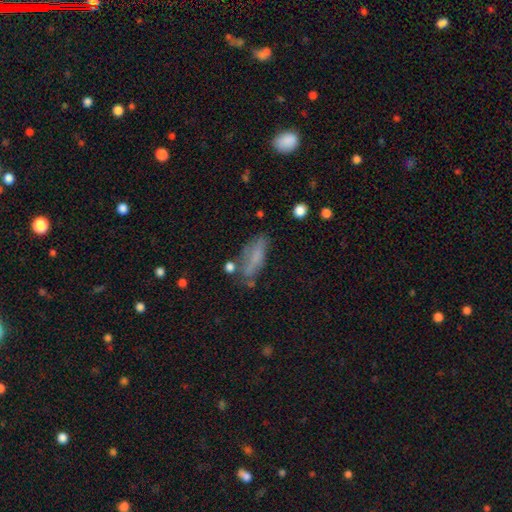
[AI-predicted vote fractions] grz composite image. It shows a smooth galaxy with no disk features (67%) that is in between round and cigar-shaped (49%). Merging: none (53%).